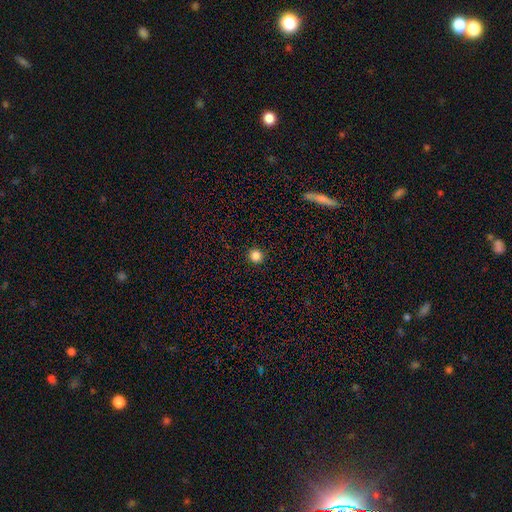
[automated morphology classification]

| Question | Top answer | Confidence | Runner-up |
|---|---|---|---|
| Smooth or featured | smooth | 84% | star or artifact (12%) |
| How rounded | round | 96% | in between (3%) |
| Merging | none | 93% | minor disturbance (4%) |